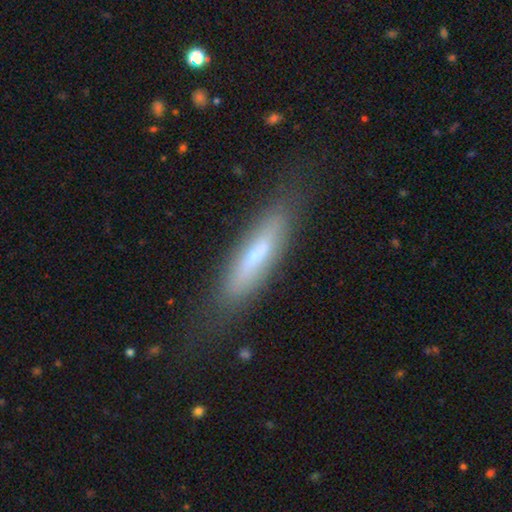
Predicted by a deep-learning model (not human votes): Smooth or featured? smooth (54%)
How rounded? cigar-shaped (79%)
Merging? none (76%)